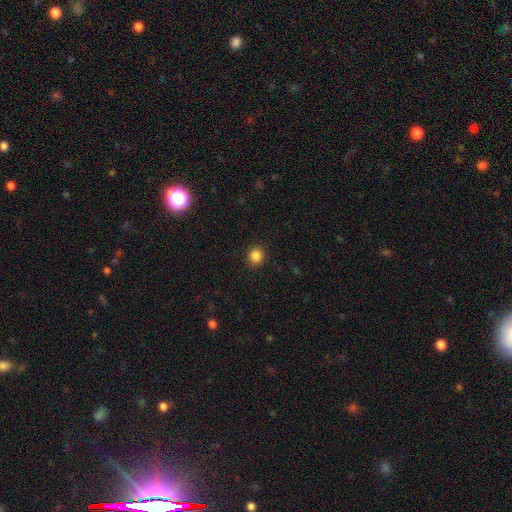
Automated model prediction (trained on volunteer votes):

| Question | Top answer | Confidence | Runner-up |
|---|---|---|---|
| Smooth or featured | smooth | 85% | star or artifact (12%) |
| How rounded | round | 91% | in between (8%) |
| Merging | none | 92% | minor disturbance (5%) |